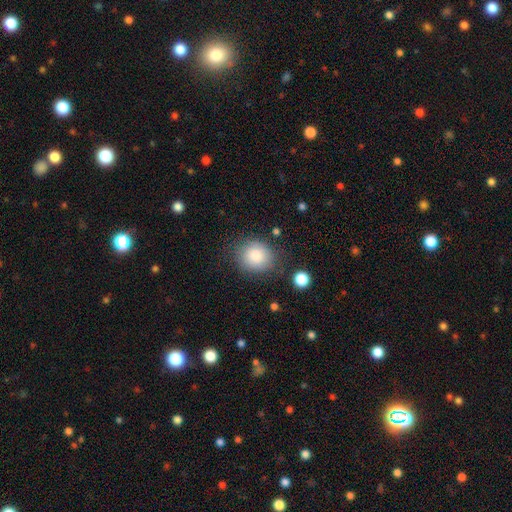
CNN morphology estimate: This appears to be a smooth galaxy with no disk features (84%) that is round (74%). Merging: none (76%).